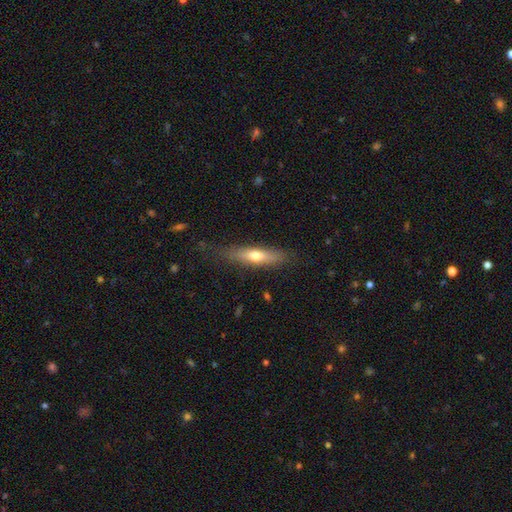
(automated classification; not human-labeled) A smooth galaxy with no disk features (60%) that is cigar-shaped (72%).

Vote fractions:
- Smooth or featured? smooth: 60% / featured or disk: 34% / star or artifact: 6%
- How rounded? cigar-shaped: 72% / in between: 26% / round: 2%
- Merging? none: 78% / minor disturbance: 16% / major disturbance: 5% / merger: 1%